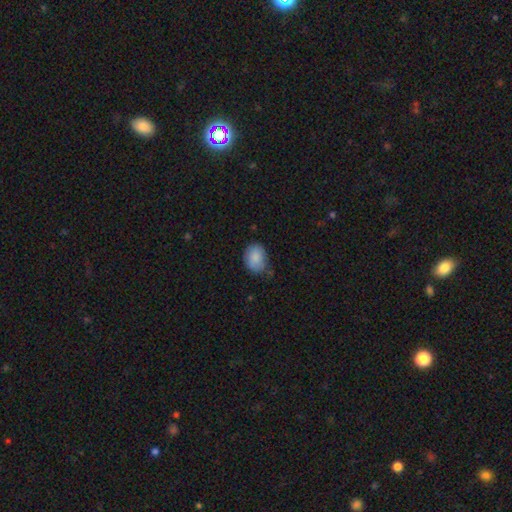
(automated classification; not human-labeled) Q: Smooth or featured?
A: smooth (87%); runner-up: star or artifact (7%)
Q: How rounded?
A: in between (66%); runner-up: round (33%)
Q: Merging?
A: none (67%); runner-up: minor disturbance (25%)